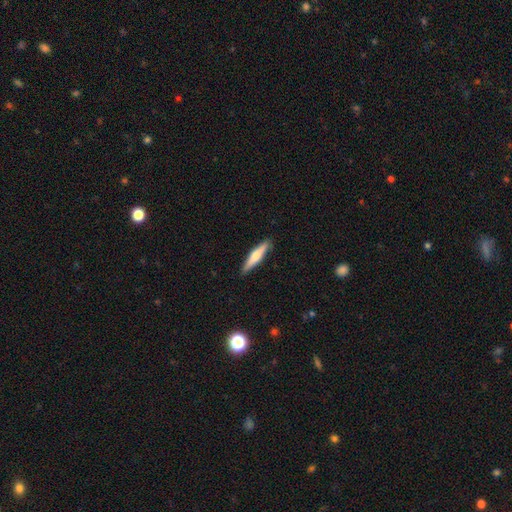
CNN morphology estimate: smooth_or_featured: smooth (p=0.51) [alt: featured or disk p=0.43]
how_rounded: cigar-shaped (p=0.86) [alt: in between p=0.13]
merging: none (p=0.89) [alt: minor disturbance p=0.08]